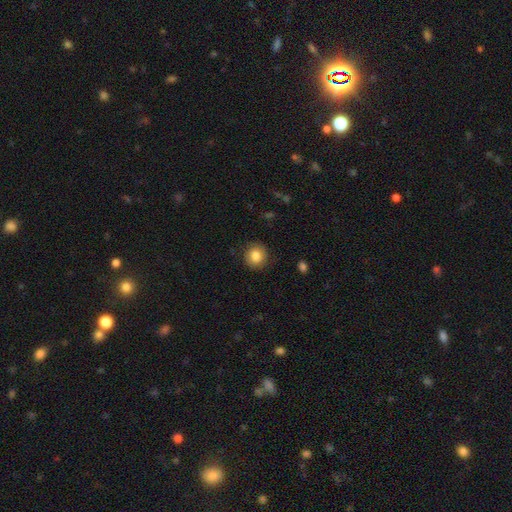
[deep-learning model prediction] Smooth or featured? Predicted: smooth (p=0.83). How rounded? Predicted: round (p=0.88). Merging? Predicted: none (p=0.86).